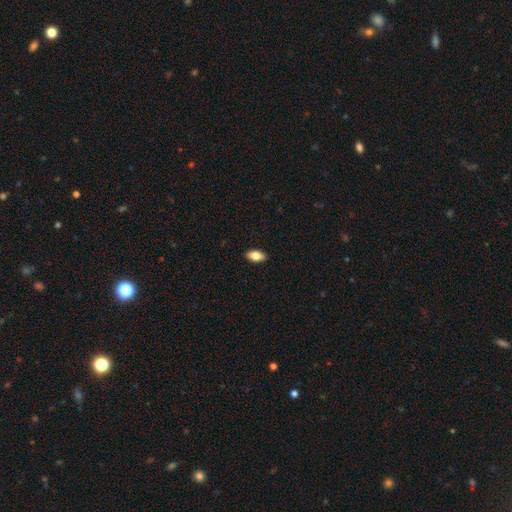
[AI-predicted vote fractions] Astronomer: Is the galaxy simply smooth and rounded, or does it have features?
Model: smooth — 79%.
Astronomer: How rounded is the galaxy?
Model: in between — 90%.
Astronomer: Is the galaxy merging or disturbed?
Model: none — 90%.